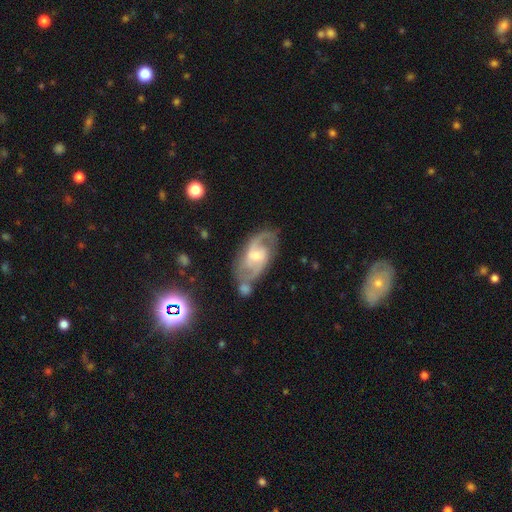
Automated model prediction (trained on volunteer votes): featured or disk 86%, smooth 9%, star or artifact 5%. Down the decision tree: edge-on disk — no (96%); bar — weak (49%); spiral arms — yes (96%); spiral arm count — 2 (84%); spiral winding — medium (55%); bulge size — moderate (48%); merging — none (65%).